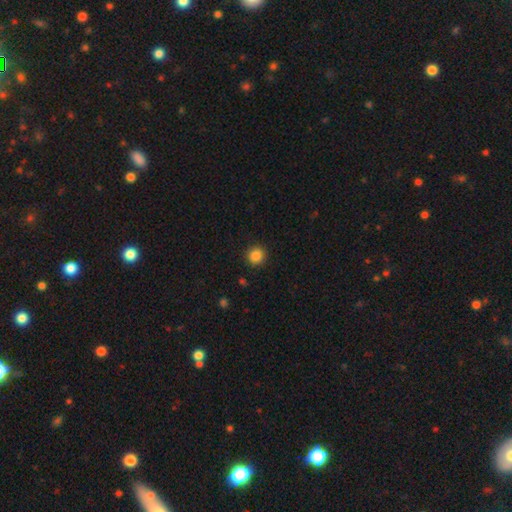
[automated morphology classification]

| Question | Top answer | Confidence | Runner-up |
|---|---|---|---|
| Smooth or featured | smooth | 86% | star or artifact (10%) |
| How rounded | round | 92% | in between (7%) |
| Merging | none | 91% | minor disturbance (6%) |